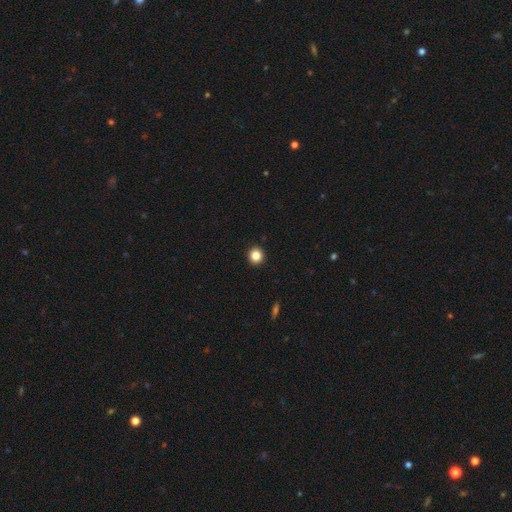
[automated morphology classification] Overall: smooth (86%). How rounded: round (92%). Merging: none (93%).